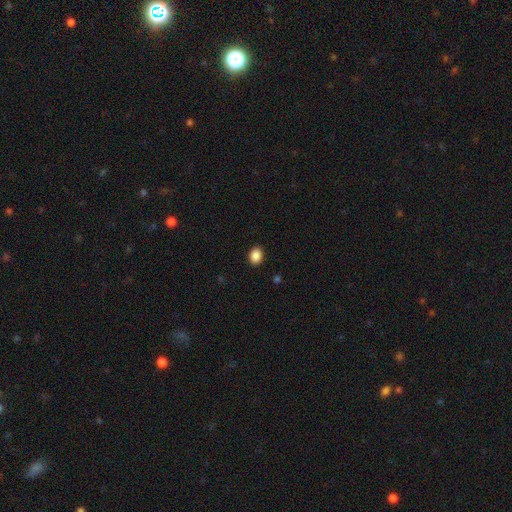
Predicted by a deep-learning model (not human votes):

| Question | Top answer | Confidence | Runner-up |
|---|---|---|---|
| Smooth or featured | smooth | 89% | star or artifact (8%) |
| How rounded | in between | 63% | round (36%) |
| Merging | none | 90% | minor disturbance (7%) |